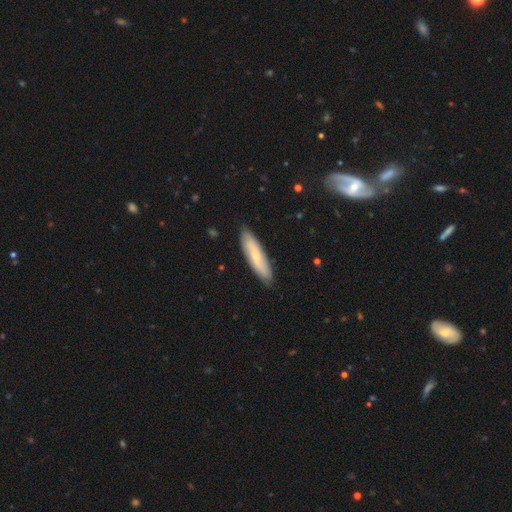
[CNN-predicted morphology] This is possibly a smooth galaxy (57%). How rounded: likely cigar-shaped (73%). Merging: clearly none (86%).